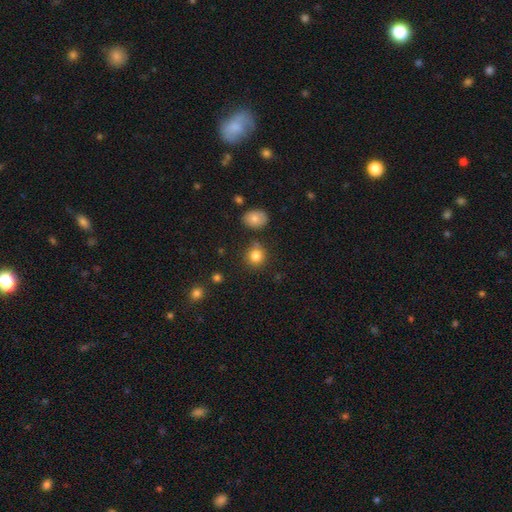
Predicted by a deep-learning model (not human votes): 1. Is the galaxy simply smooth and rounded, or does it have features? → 83% smooth, 11% star or artifact, 6% featured or disk.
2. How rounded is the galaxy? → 86% round, 13% in between, 1% cigar-shaped.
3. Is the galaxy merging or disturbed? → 80% none, 11% minor disturbance, 6% merger, 3% major disturbance.